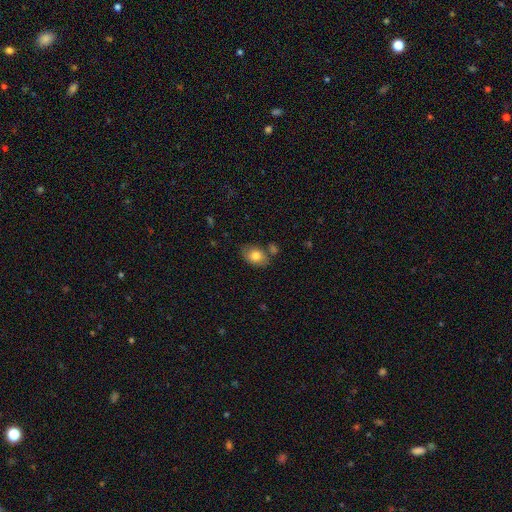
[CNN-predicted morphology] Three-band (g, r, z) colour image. It shows a smooth galaxy with no disk features (79%) that is in between round and cigar-shaped (78%). Merging: none (66%).